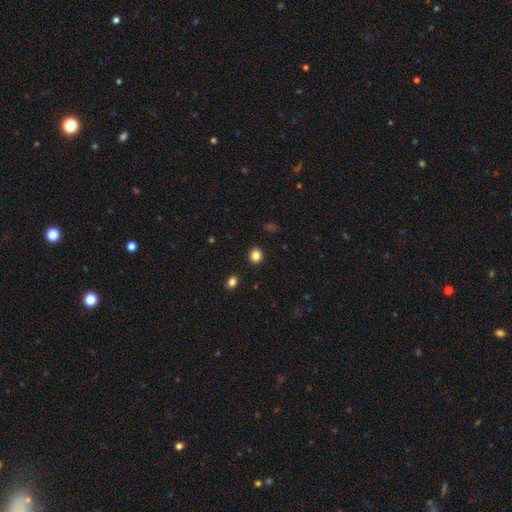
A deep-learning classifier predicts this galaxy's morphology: A smooth galaxy with no disk features (84%) that is round (75%). Merging: none (91%).